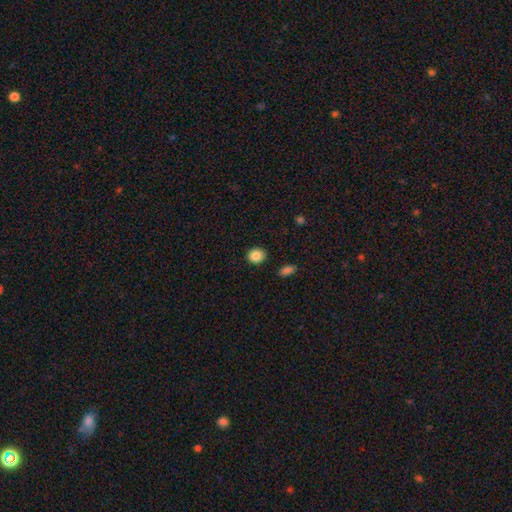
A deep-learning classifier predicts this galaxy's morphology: Q: Smooth or featured?
A: smooth (86%); runner-up: star or artifact (9%)
Q: How rounded?
A: round (71%); runner-up: in between (28%)
Q: Merging?
A: none (89%); runner-up: minor disturbance (7%)